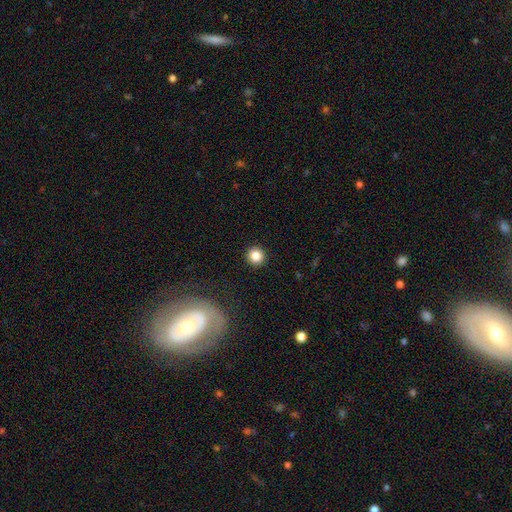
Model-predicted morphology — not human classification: type=smooth (85%); roundness=round (94%); merging=none (92%).